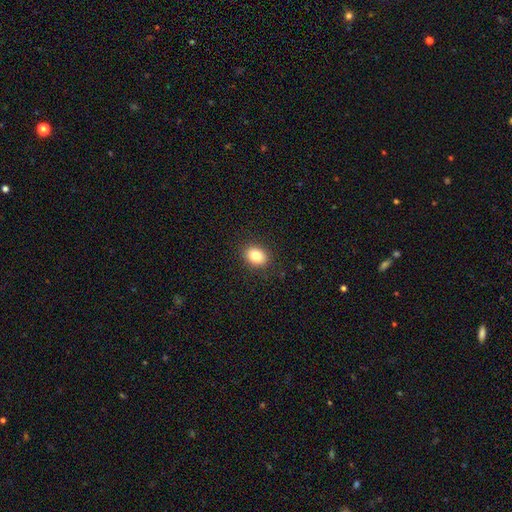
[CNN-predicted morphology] Smooth or featured? smooth (82%)
How rounded? in between (58%)
Merging? none (89%)